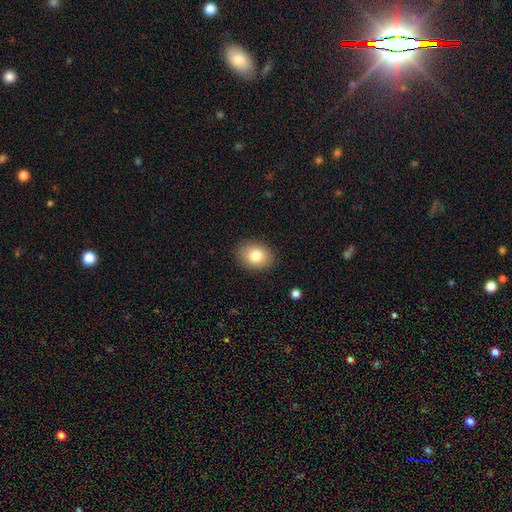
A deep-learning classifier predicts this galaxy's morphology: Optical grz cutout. It shows a smooth galaxy with no disk features (81%) that is in between round and cigar-shaped (67%). Merging: none (88%).